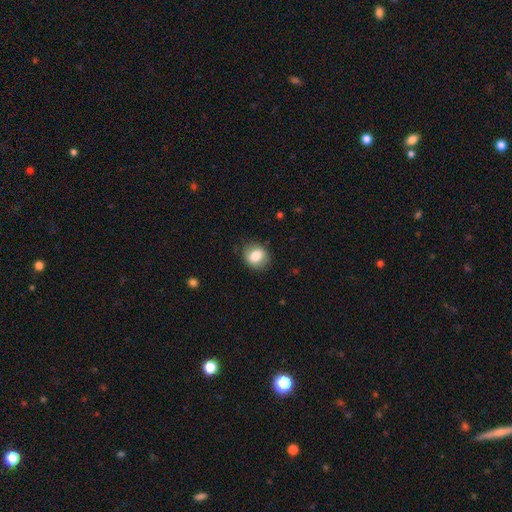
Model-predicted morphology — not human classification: smooth_or_featured: smooth (p=0.79) [alt: featured or disk p=0.13]
how_rounded: round (p=0.66) [alt: in between p=0.33]
merging: none (p=0.84) [alt: minor disturbance p=0.12]